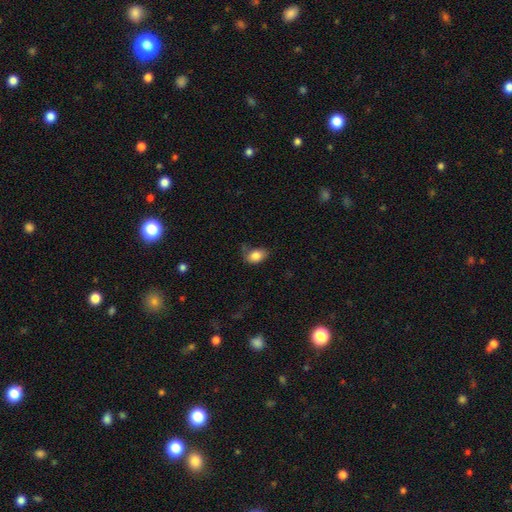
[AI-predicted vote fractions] Q: Smooth or featured?
A: smooth (83%); runner-up: star or artifact (8%)
Q: How rounded?
A: in between (80%); runner-up: round (18%)
Q: Merging?
A: none (49%); runner-up: minor disturbance (34%)